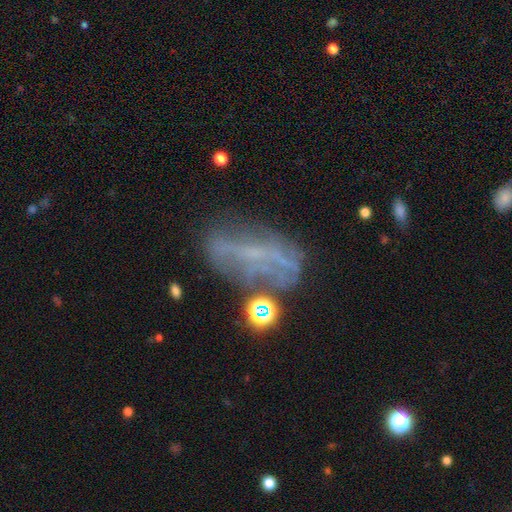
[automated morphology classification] smooth_or_featured: featured or disk (p=0.55) [alt: smooth p=0.26]
disk_edge_on: no (p=0.83) [alt: yes p=0.17]
merging: none (p=0.43) [alt: major disturbance p=0.24]